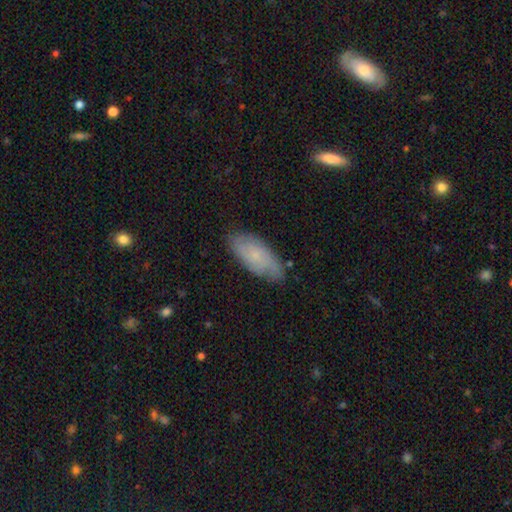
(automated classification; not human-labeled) This is possibly a smooth galaxy (52%). How rounded: clearly in between (83%). Merging: likely none (76%).